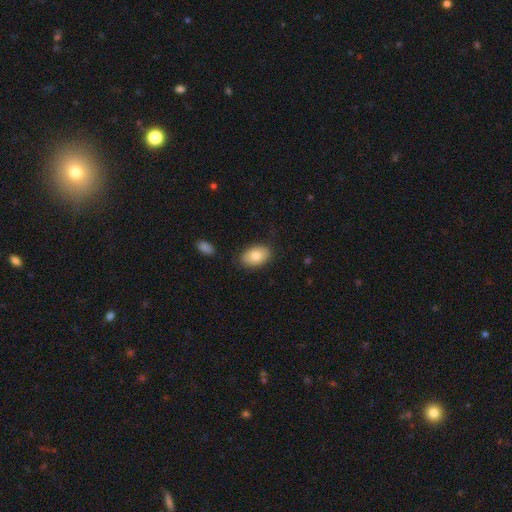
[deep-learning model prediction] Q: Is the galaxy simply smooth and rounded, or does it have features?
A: smooth — 80%.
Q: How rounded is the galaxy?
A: in between — 89%.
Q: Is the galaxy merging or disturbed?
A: none — 82%.